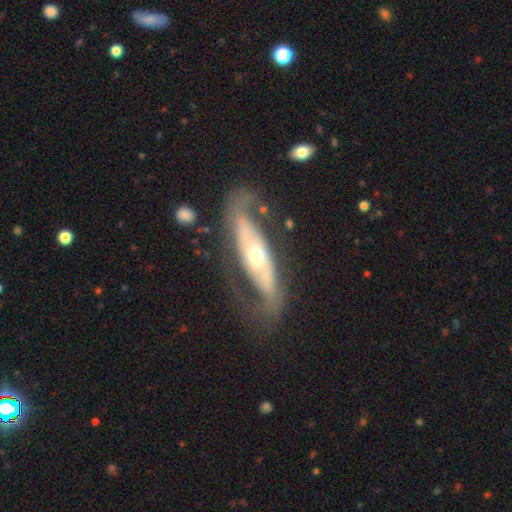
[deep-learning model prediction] Smooth or featured? featured or disk (79%)
Edge-on disk? no (77%)
Bar? no (57%)
Spiral arms? yes (77%)
Bulge size? moderate (63%)
Merging? none (56%)